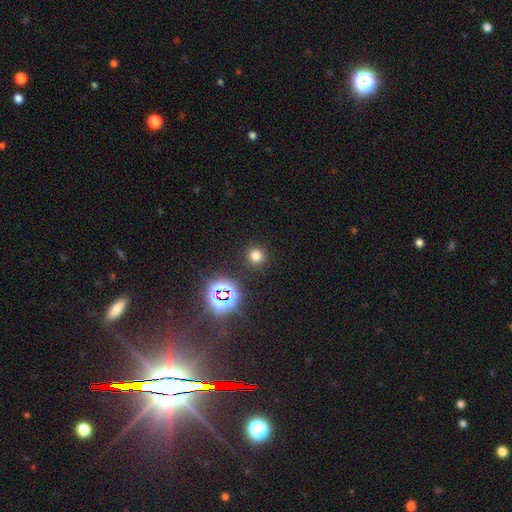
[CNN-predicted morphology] smooth 71%, star or artifact 24%, featured or disk 5%. Down the decision tree: how rounded — round (93%); merging — none (90%).